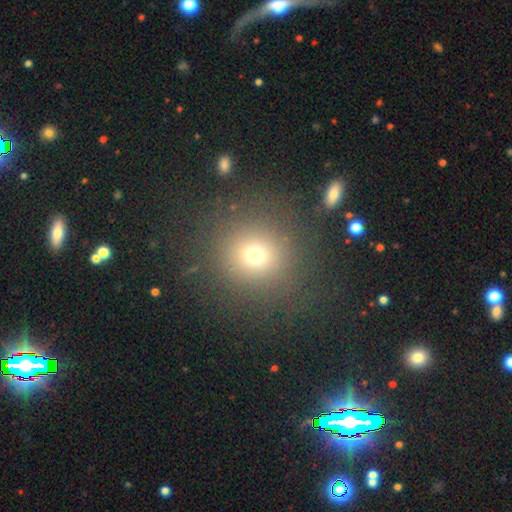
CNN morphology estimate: Smooth or featured: smooth — 72% (star or artifact — 19%)
How rounded: round — 90% (in between — 9%)
Merging: none — 84% (minor disturbance — 8%)